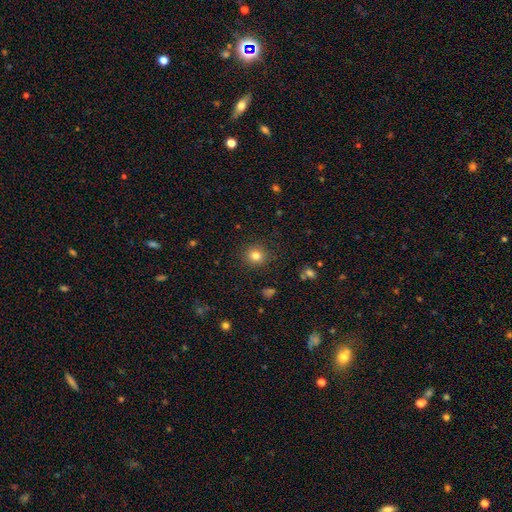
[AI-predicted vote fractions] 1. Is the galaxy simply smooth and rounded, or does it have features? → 81% smooth, 13% star or artifact, 6% featured or disk.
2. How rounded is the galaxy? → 89% round, 10% in between, 1% cigar-shaped.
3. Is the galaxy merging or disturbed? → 89% none, 7% minor disturbance, 3% major disturbance, 1% merger.